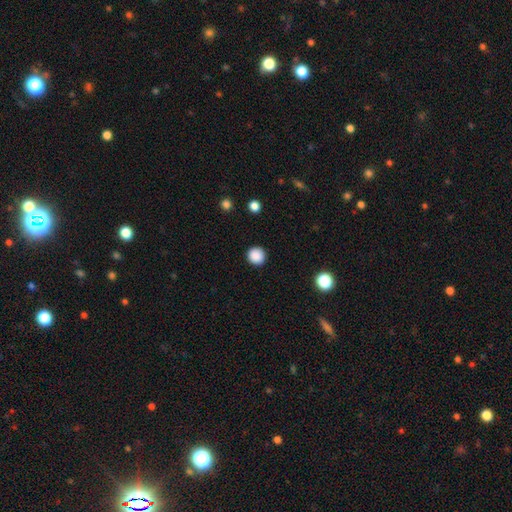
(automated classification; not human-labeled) Smooth or featured? smooth (88%)
How rounded? round (95%)
Merging? none (92%)